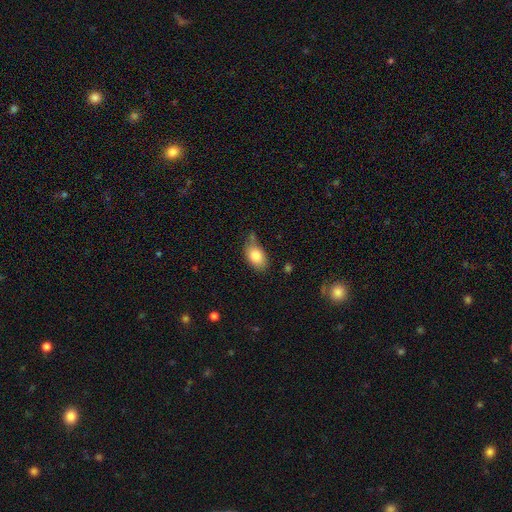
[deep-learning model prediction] Smooth or featured: smooth — 84% (featured or disk — 9%)
How rounded: in between — 87% (round — 11%)
Merging: none — 64% (minor disturbance — 24%)